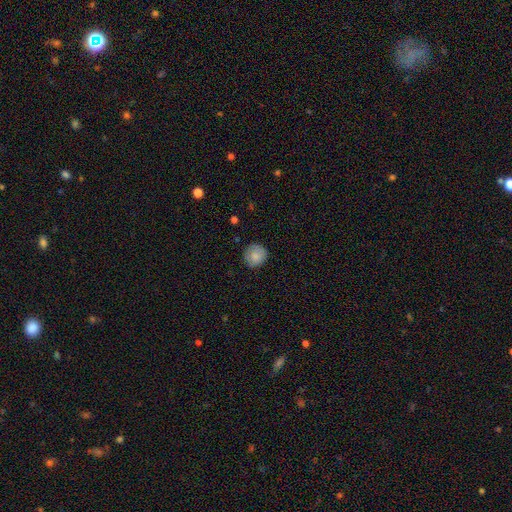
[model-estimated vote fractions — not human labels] Smooth or featured? Predicted: smooth (p=0.83). How rounded? Predicted: round (p=0.90). Merging? Predicted: none (p=0.81).